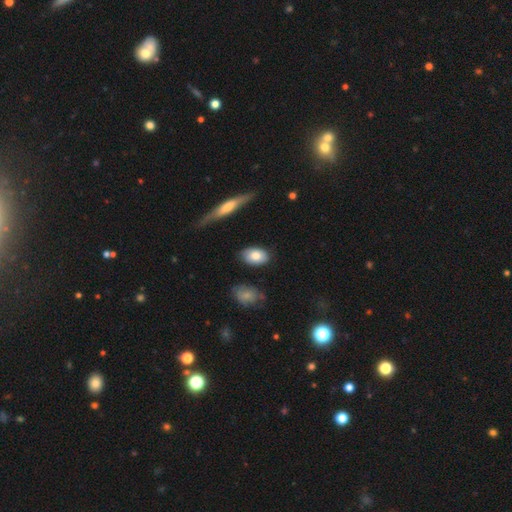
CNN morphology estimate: Overall: smooth (79%). How rounded: in between (88%). Merging: none (80%).